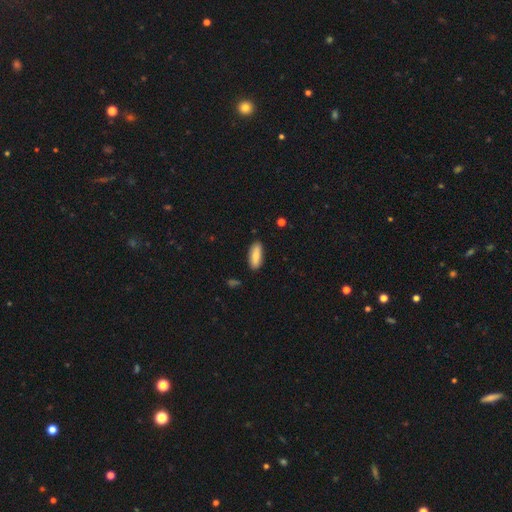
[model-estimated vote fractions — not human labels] smooth 82%, featured or disk 12%, star or artifact 6%. Down the decision tree: how rounded — in between (70%); merging — none (87%).